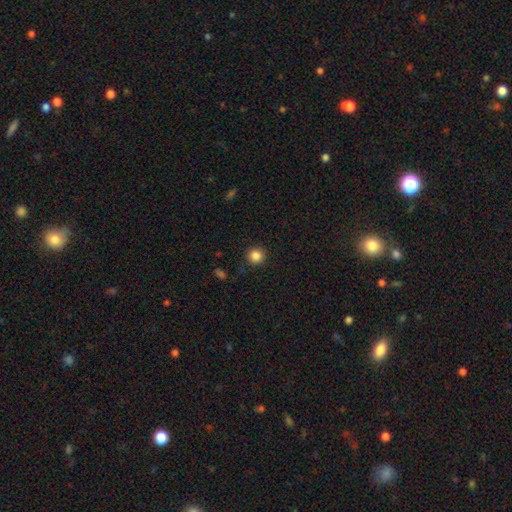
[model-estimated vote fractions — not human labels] Smooth or featured? smooth (86%)
How rounded? round (95%)
Merging? none (90%)